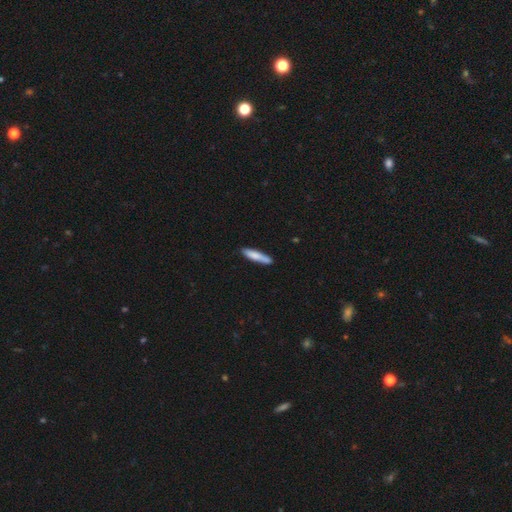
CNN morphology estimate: smooth 79%, featured or disk 16%, star or artifact 6%. Down the decision tree: how rounded — cigar-shaped (86%); merging — none (83%).